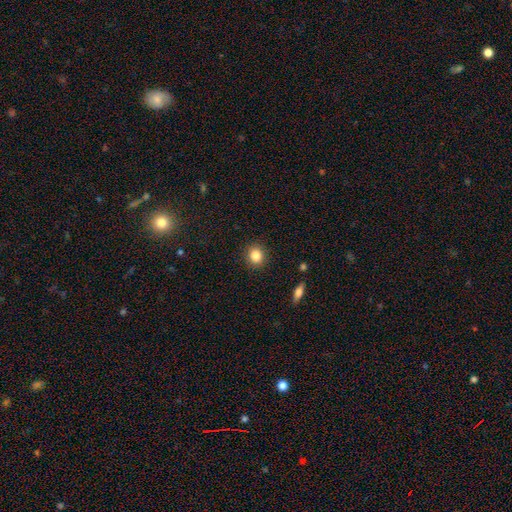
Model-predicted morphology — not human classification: smooth_or_featured: smooth (p=0.84) [alt: star or artifact p=0.10]
how_rounded: round (p=0.77) [alt: in between p=0.22]
merging: none (p=0.90) [alt: minor disturbance p=0.07]